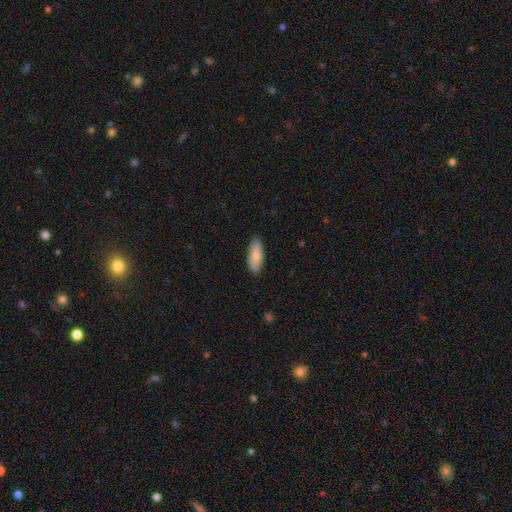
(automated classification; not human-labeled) A smooth galaxy with no disk features (83%) that is in between round and cigar-shaped (77%). Merging: none (85%).